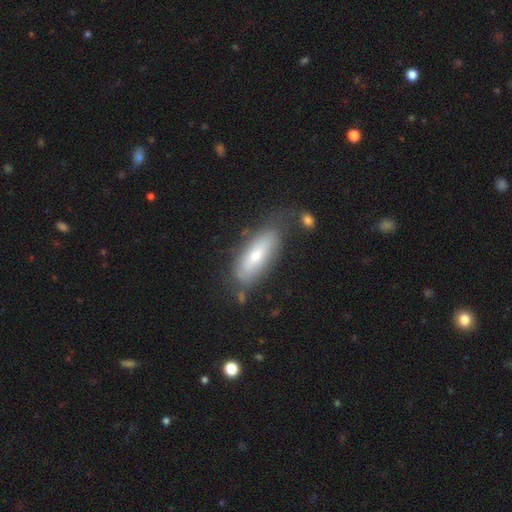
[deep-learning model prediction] Smooth or featured?
  - smooth: 60% *
  - featured or disk: 34%
  - star or artifact: 7%
How rounded?
  - in between: 71% *
  - cigar-shaped: 27%
  - round: 2%
Merging?
  - none: 65% *
  - minor disturbance: 22%
  - major disturbance: 8%
  - merger: 5%